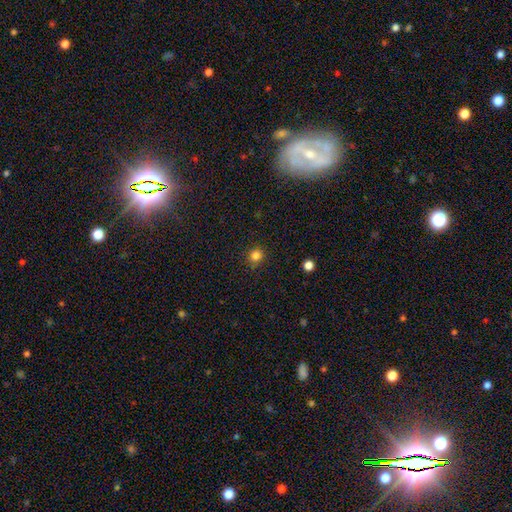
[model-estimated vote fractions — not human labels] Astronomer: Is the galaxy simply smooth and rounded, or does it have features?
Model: smooth — 83%.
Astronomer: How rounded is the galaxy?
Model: round — 93%.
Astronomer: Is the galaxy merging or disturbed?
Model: none — 89%.